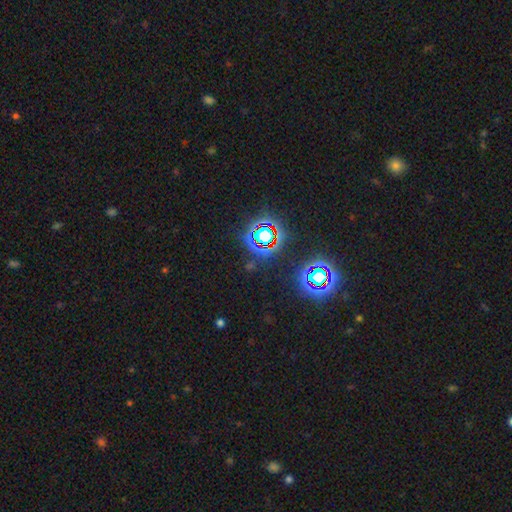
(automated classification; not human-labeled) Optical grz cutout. It shows a star or artifact, not a galaxy (79%).